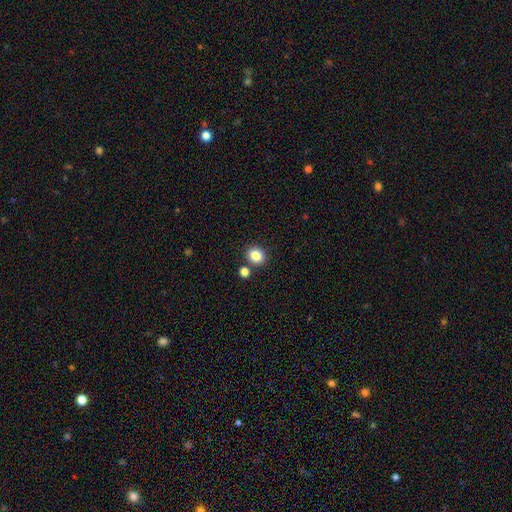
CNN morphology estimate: smooth 85%, star or artifact 11%, featured or disk 4%. Down the decision tree: how rounded — round (72%); merging — none (79%).